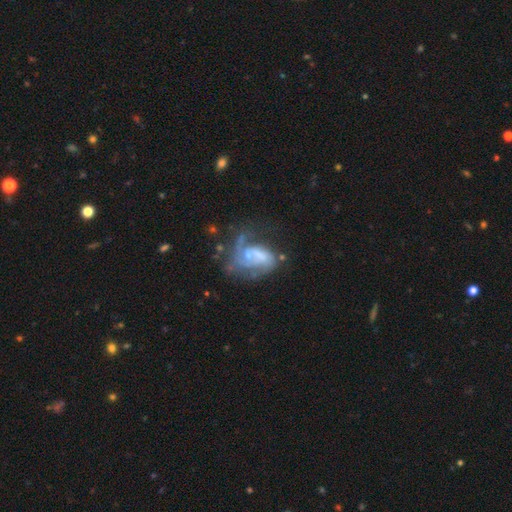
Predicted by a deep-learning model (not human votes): Smooth or featured?
  - featured or disk: 74% *
  - smooth: 18%
  - star or artifact: 9%
Edge-on disk?
  - no: 97% *
  - yes: 3%
Bar?
  - no: 54% *
  - weak: 36%
  - strong: 10%
Spiral arms?
  - yes: 78% *
  - no: 22%
Spiral winding?
  - medium: 40% *
  - tight: 30%
  - loose: 30%
Spiral arm count?
  - 1: 32% *
  - 2: 31%
  - can't tell: 24%
  - 3: 8%
  - 4: 3%
  - more than 4: 2%
Bulge size?
  - small: 40% *
  - moderate: 27%
  - none: 26%
  - large: 6%
  - dominant: 2%
Merging?
  - major disturbance: 38% *
  - none: 31%
  - minor disturbance: 19%
  - merger: 11%